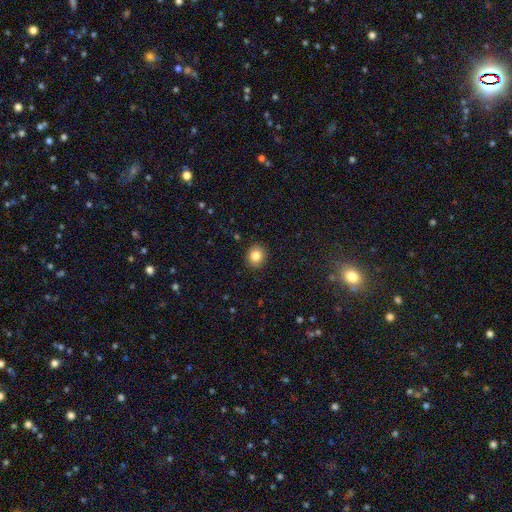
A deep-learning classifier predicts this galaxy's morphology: A smooth galaxy with no disk features (84%) that is round (79%).

Vote fractions:
- Smooth or featured? smooth: 84% / star or artifact: 10% / featured or disk: 7%
- How rounded? round: 79% / in between: 20% / cigar-shaped: 1%
- Merging? none: 91% / minor disturbance: 6% / major disturbance: 2% / merger: 1%